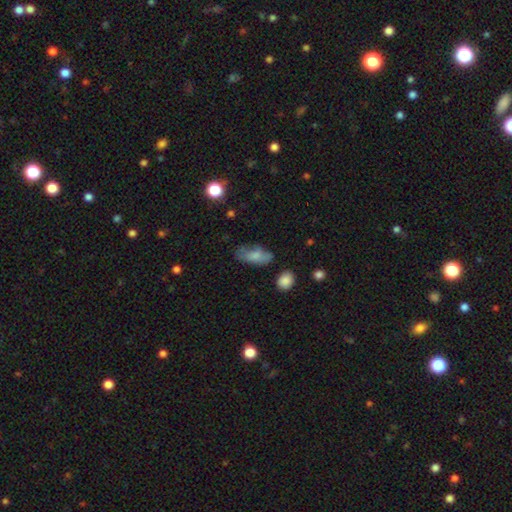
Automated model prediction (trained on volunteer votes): Smooth or featured? Predicted: smooth (p=0.74). How rounded? Predicted: in between (p=0.85). Merging? Predicted: none (p=0.55).